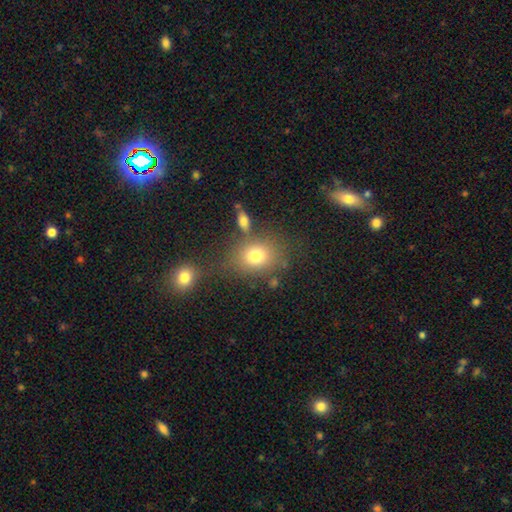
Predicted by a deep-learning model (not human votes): smooth_or_featured: smooth (p=0.75) [alt: star or artifact p=0.13]
how_rounded: round (p=0.53) [alt: in between p=0.45]
merging: none (p=0.69) [alt: minor disturbance p=0.13]